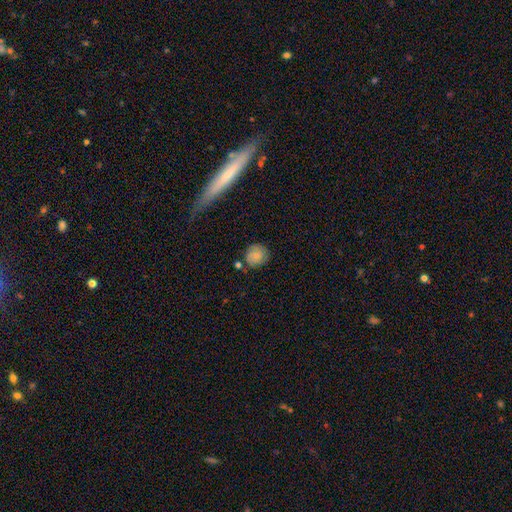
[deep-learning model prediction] Smooth or featured?
  - smooth: 78% *
  - featured or disk: 14%
  - star or artifact: 8%
How rounded?
  - round: 86% *
  - in between: 12%
  - cigar-shaped: 1%
Merging?
  - none: 72% *
  - minor disturbance: 17%
  - merger: 7%
  - major disturbance: 4%